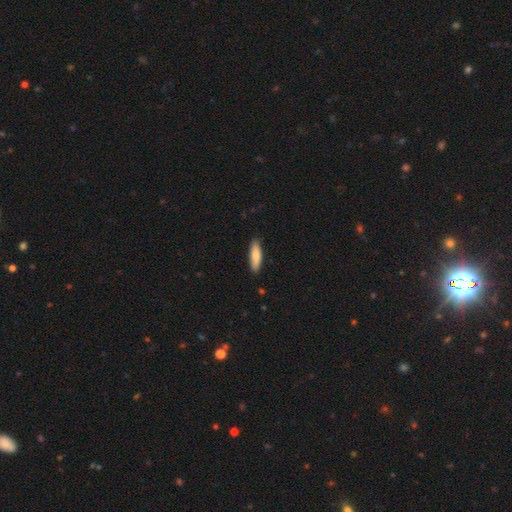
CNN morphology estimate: type=smooth (80%); roundness=cigar-shaped (65%); merging=none (87%).